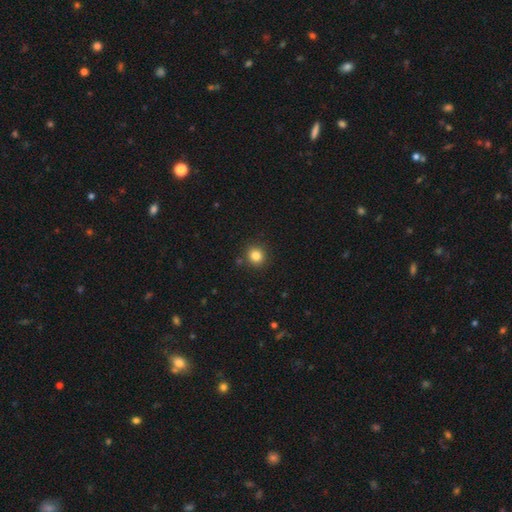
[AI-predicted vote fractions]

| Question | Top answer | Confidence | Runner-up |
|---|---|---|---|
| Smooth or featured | smooth | 83% | star or artifact (12%) |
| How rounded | round | 87% | in between (12%) |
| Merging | none | 88% | minor disturbance (7%) |